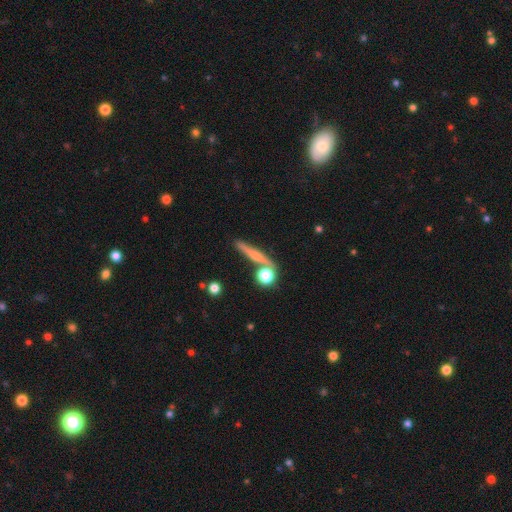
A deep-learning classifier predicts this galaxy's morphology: This is possibly a featured or disk galaxy (47%). Merging: likely none (73%).